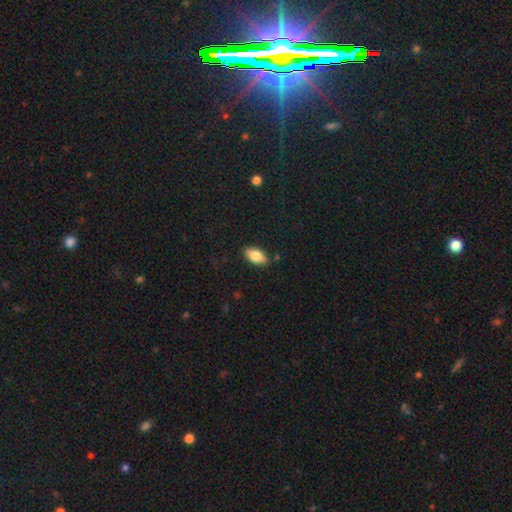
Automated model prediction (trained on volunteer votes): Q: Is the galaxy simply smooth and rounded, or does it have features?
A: smooth — 79%.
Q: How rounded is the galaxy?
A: in between — 90%.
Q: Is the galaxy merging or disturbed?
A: none — 85%.